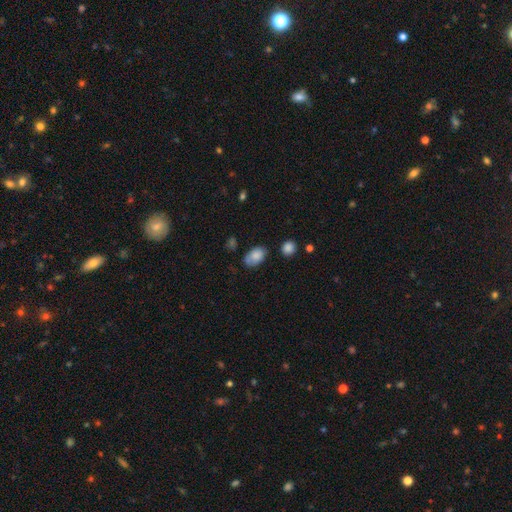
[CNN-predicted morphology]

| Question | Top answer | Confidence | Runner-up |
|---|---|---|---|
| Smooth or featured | smooth | 80% | featured or disk (12%) |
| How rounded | in between | 90% | round (9%) |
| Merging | none | 63% | minor disturbance (26%) |